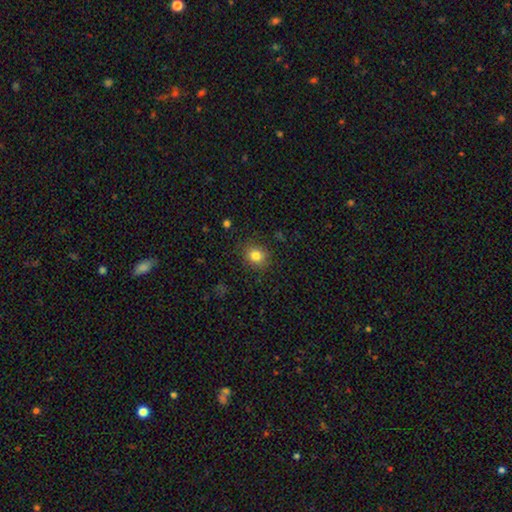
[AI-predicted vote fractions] Smooth or featured? smooth (81%)
How rounded? round (71%)
Merging? none (86%)